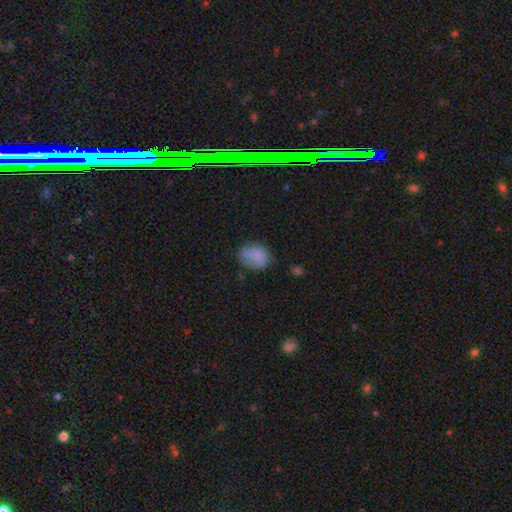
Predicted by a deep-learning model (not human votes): Smooth or featured?
  - smooth: 74% *
  - featured or disk: 16%
  - star or artifact: 10%
How rounded?
  - in between: 64% *
  - round: 35%
  - cigar-shaped: 1%
Merging?
  - none: 52% *
  - minor disturbance: 31%
  - major disturbance: 14%
  - merger: 4%